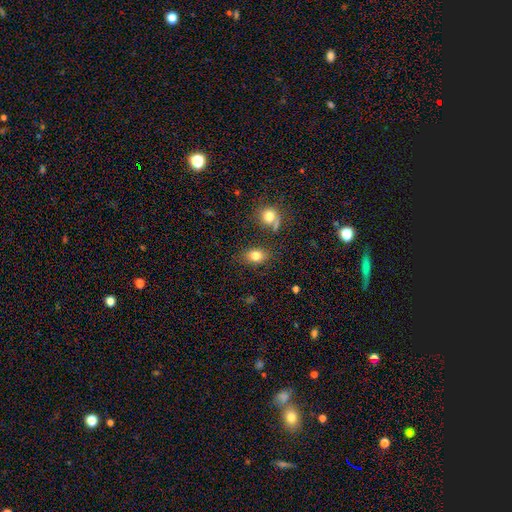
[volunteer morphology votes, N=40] Overall: smooth (82%). How rounded: in between (70%). Merging: none (76%).